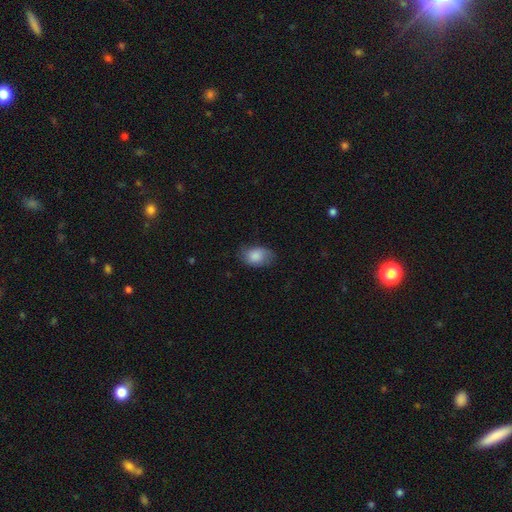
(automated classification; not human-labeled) Smooth or featured? smooth (82%)
How rounded? in between (86%)
Merging? none (67%)